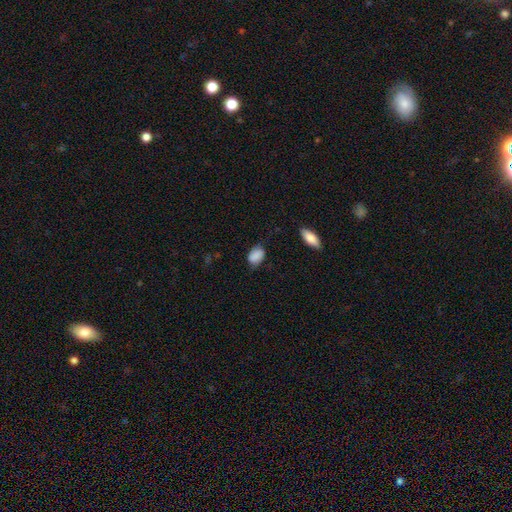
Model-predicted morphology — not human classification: This is clearly a smooth galaxy (84%). How rounded: clearly in between (84%). Merging: likely none (63%).